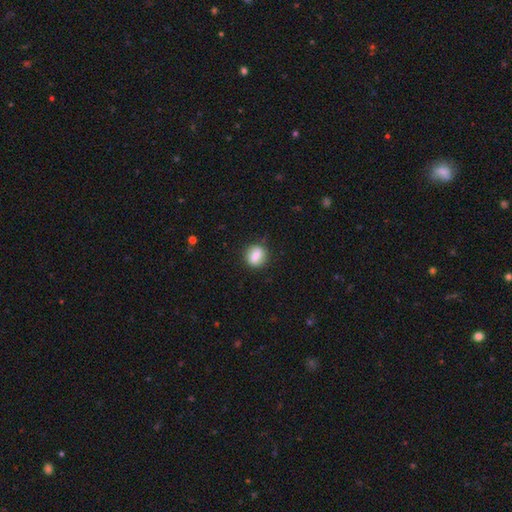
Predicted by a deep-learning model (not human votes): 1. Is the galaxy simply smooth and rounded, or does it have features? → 79% smooth, 13% featured or disk, 8% star or artifact.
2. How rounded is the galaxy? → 59% round, 38% in between, 3% cigar-shaped.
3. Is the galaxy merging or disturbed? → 83% none, 12% minor disturbance, 3% major disturbance, 2% merger.